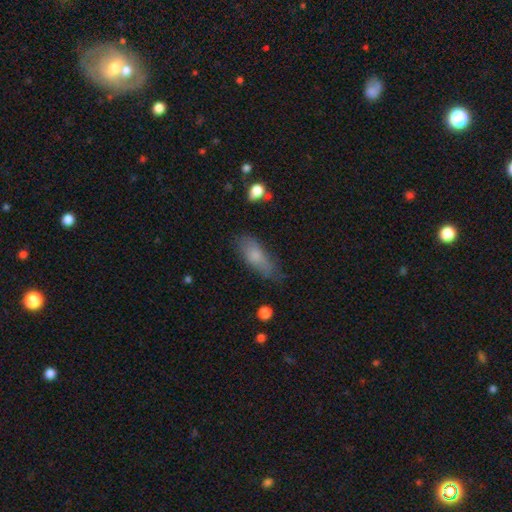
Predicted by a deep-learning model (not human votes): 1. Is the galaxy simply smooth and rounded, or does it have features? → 75% smooth, 17% featured or disk, 8% star or artifact.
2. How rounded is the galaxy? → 68% in between, 29% cigar-shaped, 3% round.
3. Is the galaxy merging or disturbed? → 62% none, 27% minor disturbance, 8% major disturbance, 2% merger.